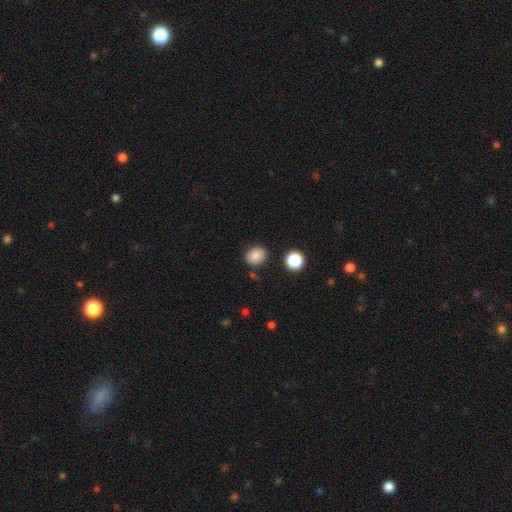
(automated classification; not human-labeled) Overall: smooth (84%). How rounded: round (60%; in between 39%). Merging: none (83%).